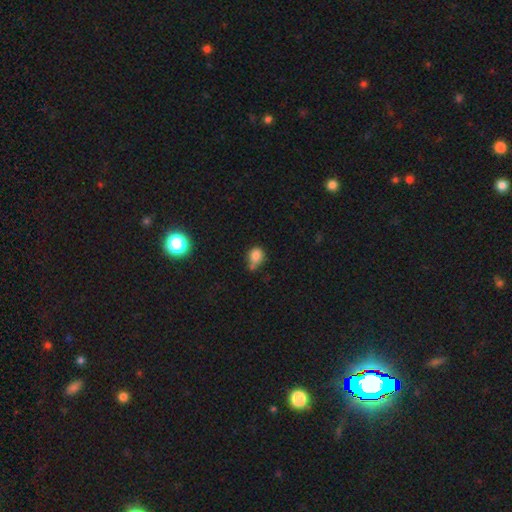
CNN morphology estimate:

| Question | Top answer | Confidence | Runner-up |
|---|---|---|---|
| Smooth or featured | smooth | 79% | star or artifact (13%) |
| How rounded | round | 56% | in between (43%) |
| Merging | none | 37% | minor disturbance (35%) |